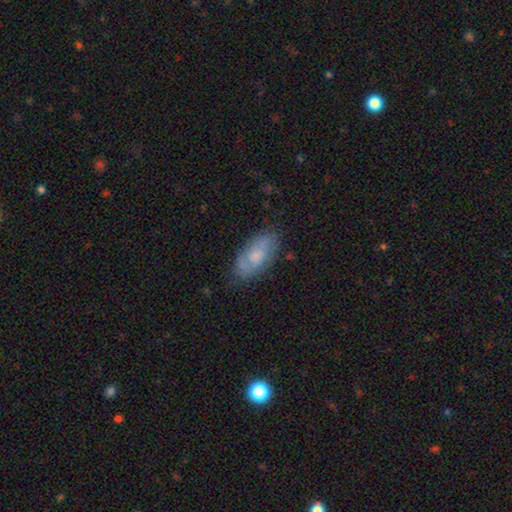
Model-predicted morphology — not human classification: smooth 55%, featured or disk 38%, star or artifact 7%. Down the decision tree: how rounded — in between (87%); merging — none (73%).